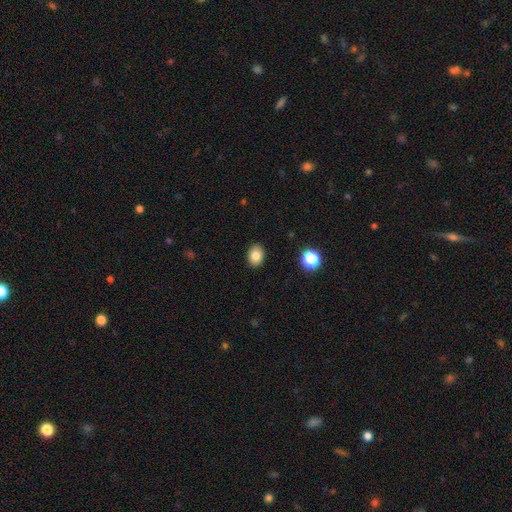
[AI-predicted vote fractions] A smooth galaxy with no disk features (82%) that is in between round and cigar-shaped (62%). Merging: none (89%).